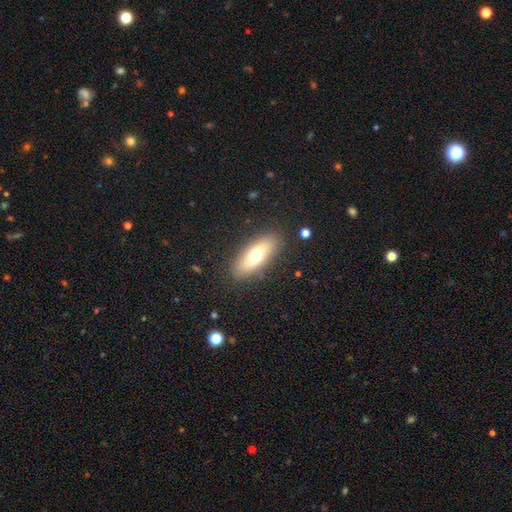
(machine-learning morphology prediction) Smooth or featured?
  - smooth: 65% *
  - featured or disk: 28%
  - star or artifact: 7%
How rounded?
  - in between: 69% *
  - cigar-shaped: 28%
  - round: 3%
Merging?
  - none: 86% *
  - minor disturbance: 10%
  - major disturbance: 3%
  - merger: 1%